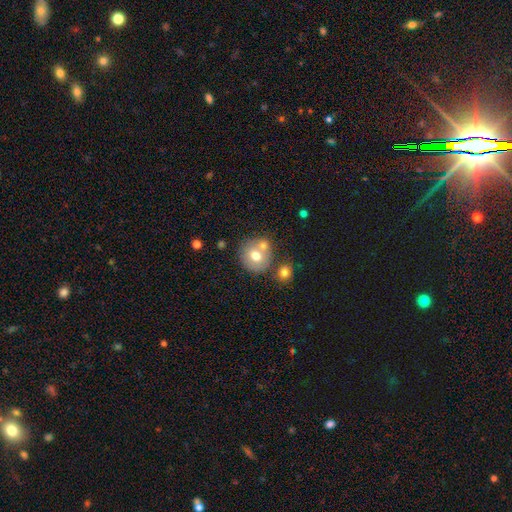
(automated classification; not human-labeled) Smooth or featured? smooth (68%)
How rounded? round (86%)
Merging? none (52%)